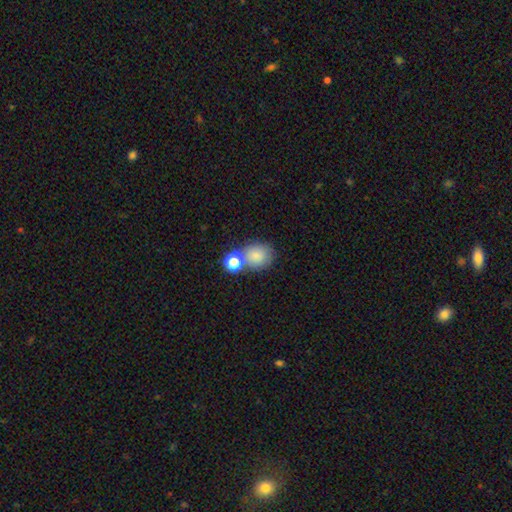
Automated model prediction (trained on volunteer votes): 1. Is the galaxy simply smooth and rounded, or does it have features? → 81% smooth, 11% star or artifact, 8% featured or disk.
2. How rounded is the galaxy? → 66% round, 32% in between, 1% cigar-shaped.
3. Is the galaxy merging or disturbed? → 55% none, 29% merger, 12% minor disturbance, 4% major disturbance.